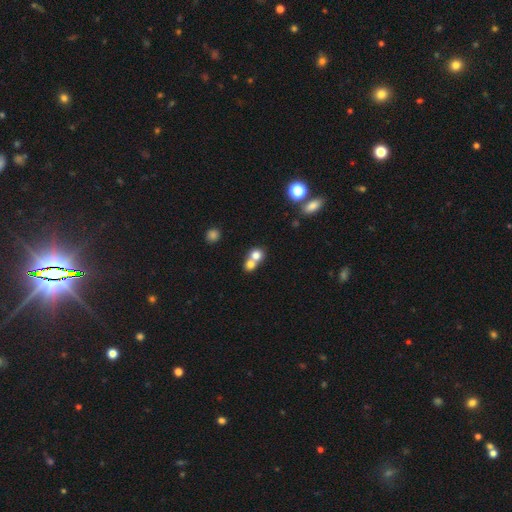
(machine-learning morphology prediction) Overall: smooth (76%). How rounded: round (80%). Merging: merger (61%; none 32%).